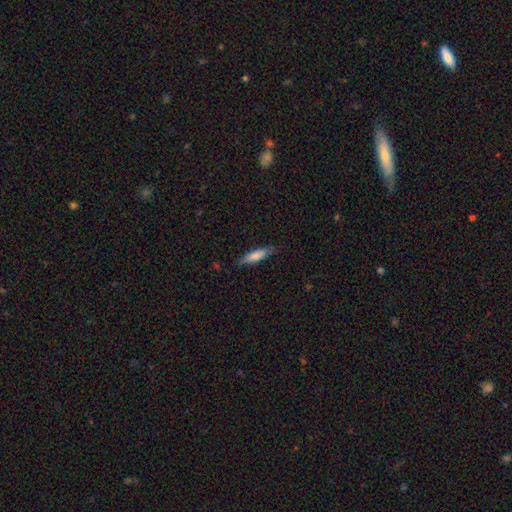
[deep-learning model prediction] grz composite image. It shows a smooth galaxy with no disk features (76%) that is cigar-shaped (72%). Merging: none (80%).